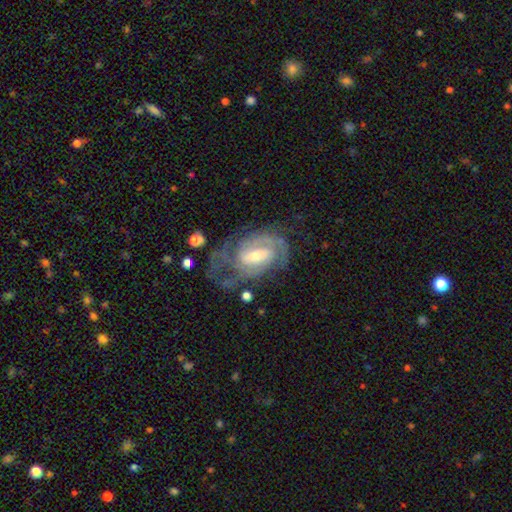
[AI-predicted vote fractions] A featured or disk galaxy (86%) with a weak bar (49%), 2 (45%) tight (55%) spiral arms (94%) and a moderate central bulge (48%). Merging: none (51%).